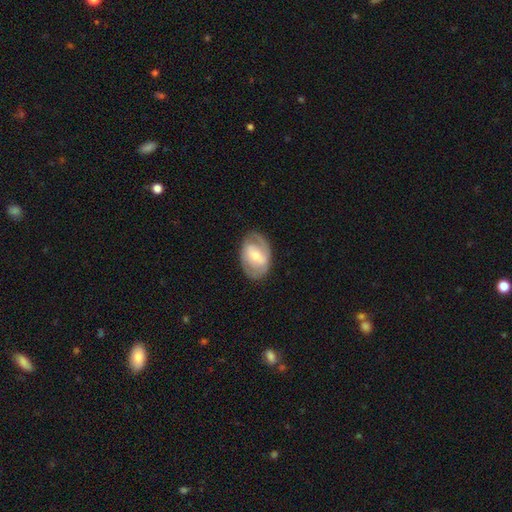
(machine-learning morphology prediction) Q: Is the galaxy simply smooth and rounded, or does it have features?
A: featured or disk — 65%.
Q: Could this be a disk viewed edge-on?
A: no — 95%.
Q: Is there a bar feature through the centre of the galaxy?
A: weak — 42%.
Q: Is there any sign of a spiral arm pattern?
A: yes — 65%.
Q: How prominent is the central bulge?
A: moderate — 53%.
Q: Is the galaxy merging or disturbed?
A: none — 78%.